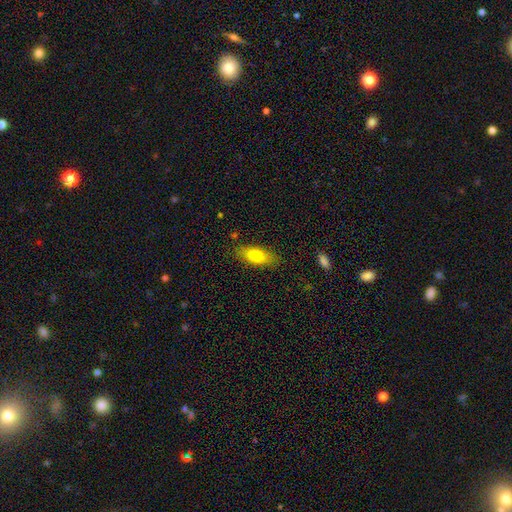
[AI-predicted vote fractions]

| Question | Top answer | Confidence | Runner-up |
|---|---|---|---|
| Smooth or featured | smooth | 77% | featured or disk (16%) |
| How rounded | in between | 78% | cigar-shaped (19%) |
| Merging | none | 83% | minor disturbance (12%) |